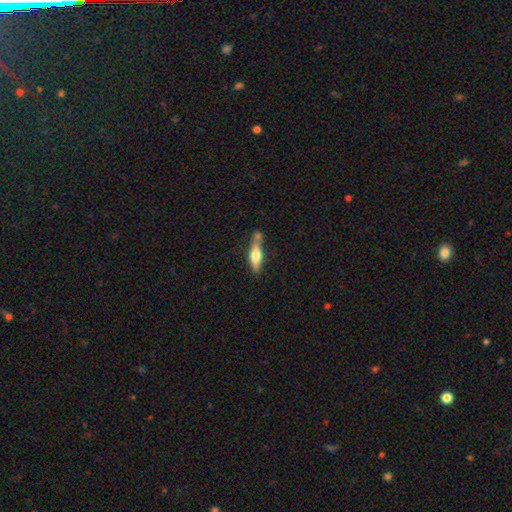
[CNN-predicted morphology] This appears to be a smooth galaxy with no disk features (54%) that is cigar-shaped (60%). Merging: none (54%).